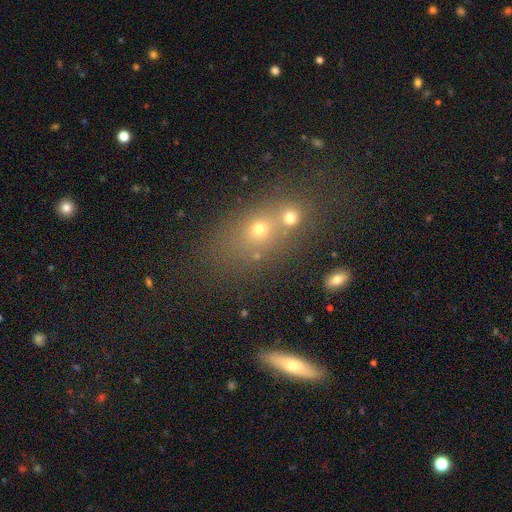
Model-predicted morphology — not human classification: Smooth or featured: smooth — 54% (star or artifact — 24%)
How rounded: in between — 51% (round — 41%)
Merging: none — 47% (merger — 39%)